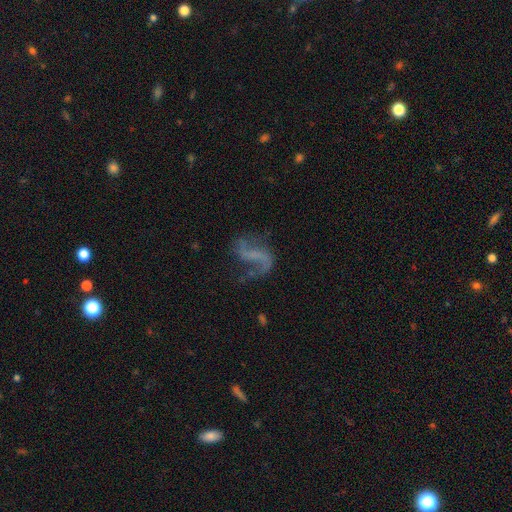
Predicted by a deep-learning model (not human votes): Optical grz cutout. It shows a featured or disk galaxy (83%) with a weak bar (40%), 2 (87%) loose (77%) spiral arms (92%) and no central bulge (61%). Merging: none (62%).